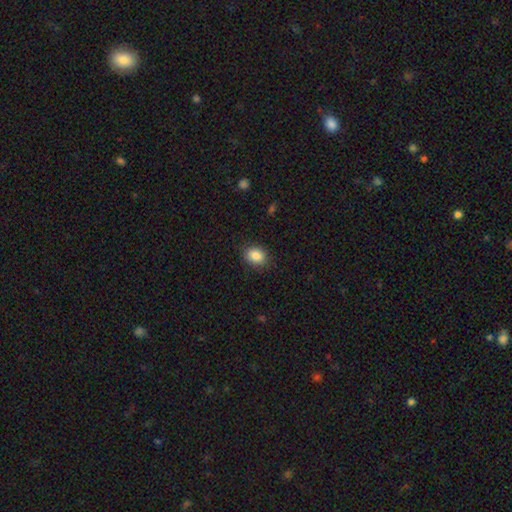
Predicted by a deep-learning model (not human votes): smooth_or_featured: smooth (p=0.86) [alt: star or artifact p=0.09]
how_rounded: in between (p=0.60) [alt: round p=0.39]
merging: none (p=0.87) [alt: minor disturbance p=0.10]